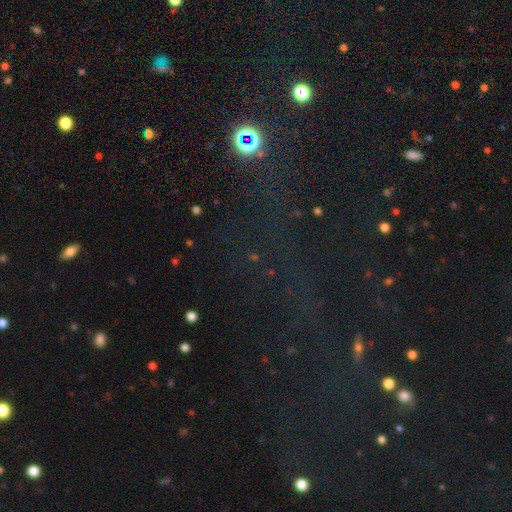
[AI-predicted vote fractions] A star or artifact, not a galaxy (73%).